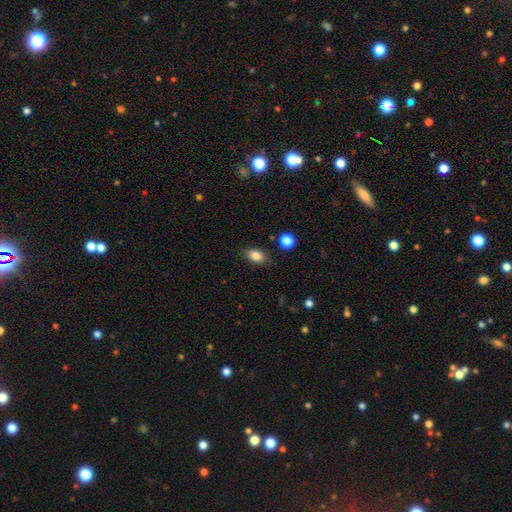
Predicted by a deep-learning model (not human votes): Smooth or featured?
  - smooth: 84% *
  - star or artifact: 9%
  - featured or disk: 7%
How rounded?
  - in between: 85% *
  - round: 13%
  - cigar-shaped: 3%
Merging?
  - none: 84% *
  - minor disturbance: 11%
  - major disturbance: 3%
  - merger: 2%